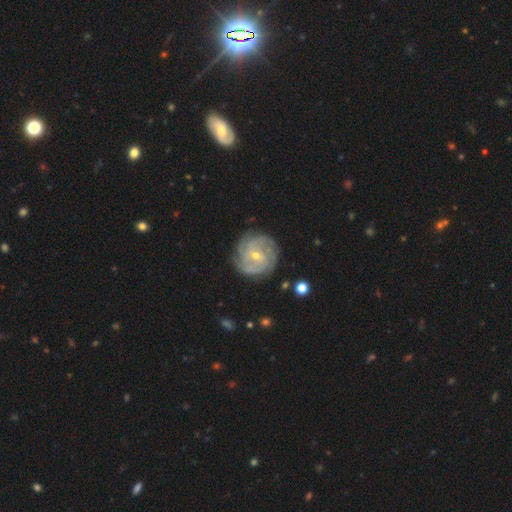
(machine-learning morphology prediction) This appears to be a featured or disk galaxy (83%) with no bar (47%), tight (69%) spiral arms (95%) and a small central bulge (66%). Merging: none (83%).